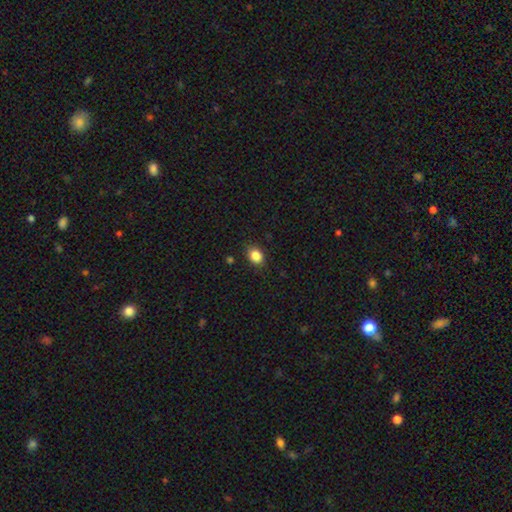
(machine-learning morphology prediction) Q: Smooth or featured?
A: smooth (86%); runner-up: star or artifact (10%)
Q: How rounded?
A: in between (63%); runner-up: round (36%)
Q: Merging?
A: none (87%); runner-up: minor disturbance (10%)